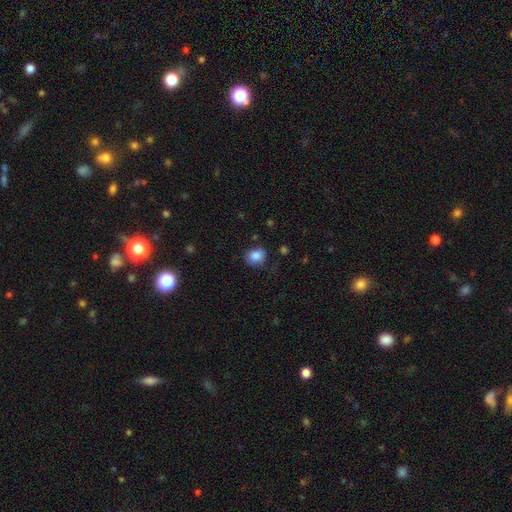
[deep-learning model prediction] Morphology: type=smooth (84%); roundness=round (55%); merging=none (70%).